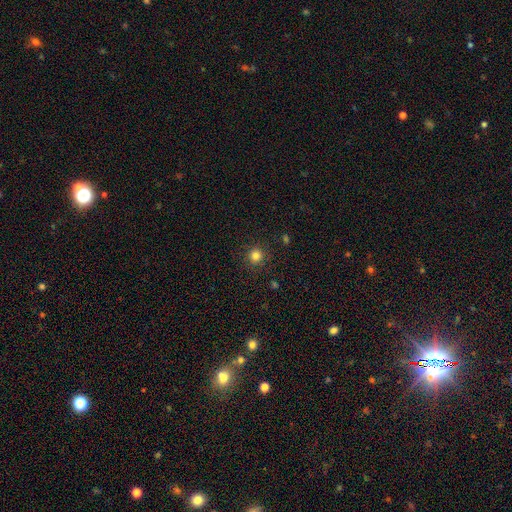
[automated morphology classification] Smooth or featured? smooth (81%)
How rounded? round (94%)
Merging? none (90%)